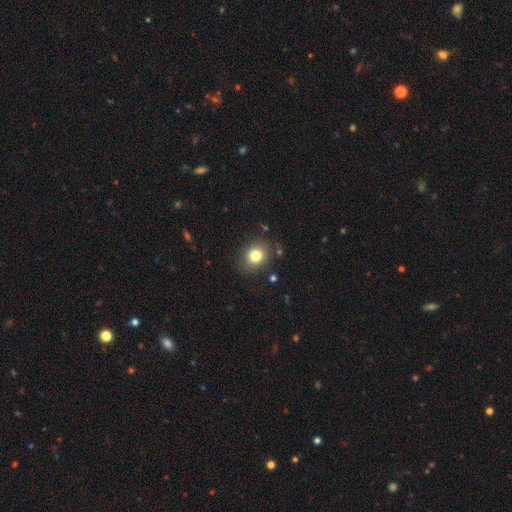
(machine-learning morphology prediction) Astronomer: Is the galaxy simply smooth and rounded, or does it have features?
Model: smooth — 80%.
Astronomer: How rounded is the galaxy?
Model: round — 58% (runner-up: in between, 41%).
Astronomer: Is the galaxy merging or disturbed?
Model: none — 83%.